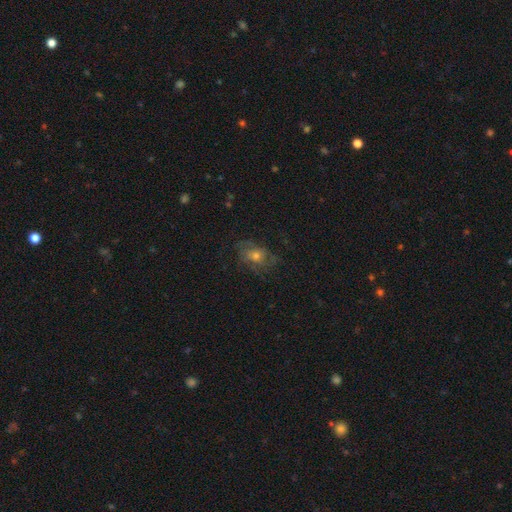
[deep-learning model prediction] This appears to be a featured or disk galaxy (53%) with no bar (80%), spiral arms (70%) and a moderate central bulge (56%). Merging: none (65%).